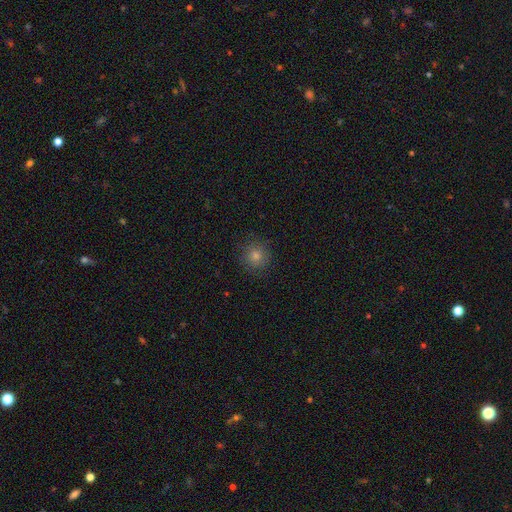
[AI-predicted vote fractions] Overall: smooth (70%). How rounded: round (94%). Merging: none (89%).